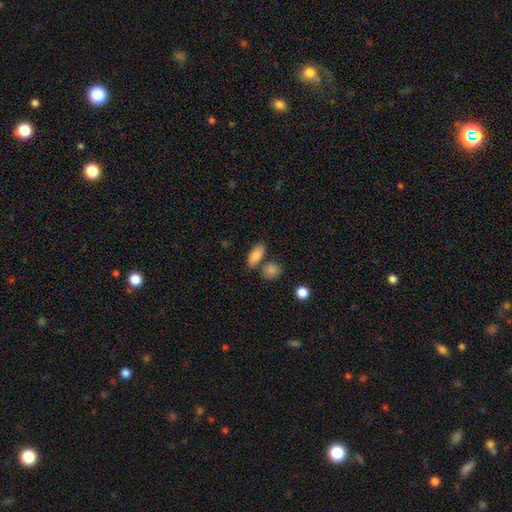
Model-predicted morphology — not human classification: Overall: smooth (85%). How rounded: in between (85%). Merging: none (68%).